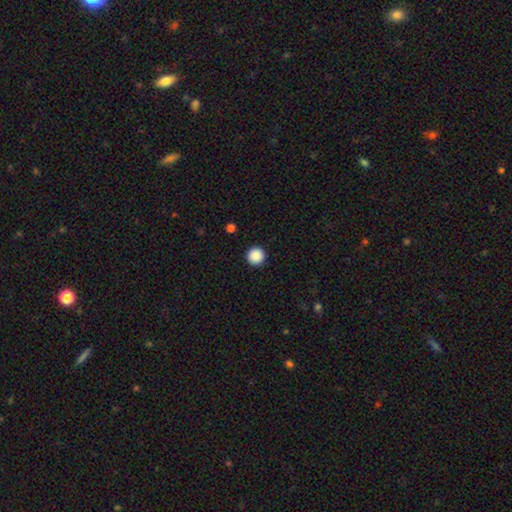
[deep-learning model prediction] Smooth or featured?
  - smooth: 89% *
  - star or artifact: 9%
  - featured or disk: 2%
How rounded?
  - round: 96% *
  - in between: 3%
  - cigar-shaped: 1%
Merging?
  - none: 93% *
  - minor disturbance: 4%
  - major disturbance: 2%
  - merger: 1%